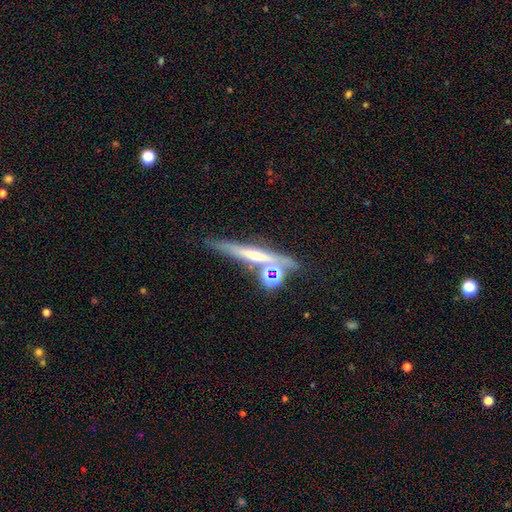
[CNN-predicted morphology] Smooth or featured?
  - featured or disk: 58% *
  - smooth: 25%
  - star or artifact: 17%
Edge-on disk?
  - yes: 86% *
  - no: 14%
Edge-on bulge?
  - rounded: 62% *
  - none: 29%
  - boxy: 9%
Merging?
  - none: 61% *
  - merger: 22%
  - minor disturbance: 12%
  - major disturbance: 6%